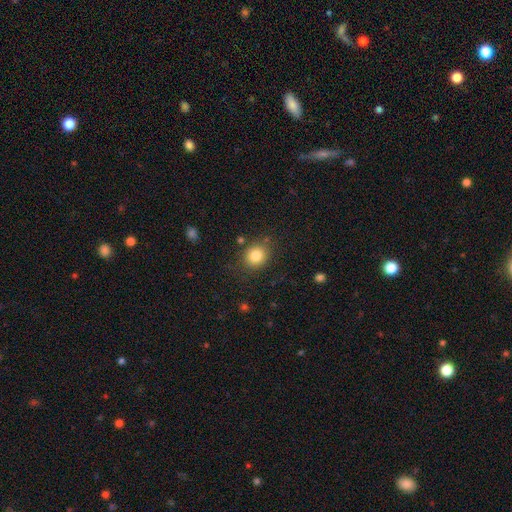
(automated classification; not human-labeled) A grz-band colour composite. It shows a smooth galaxy with no disk features (83%) that is round (75%). Merging: none (83%).